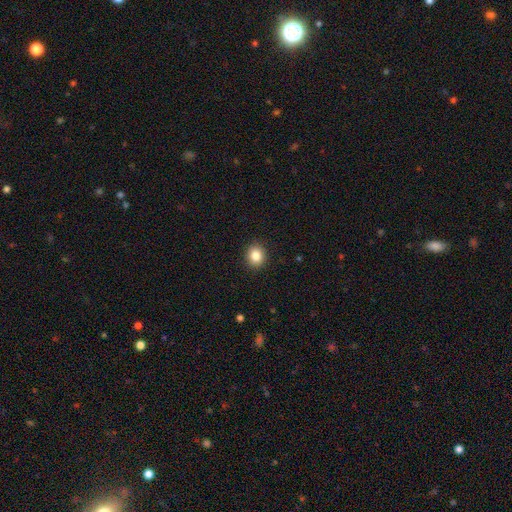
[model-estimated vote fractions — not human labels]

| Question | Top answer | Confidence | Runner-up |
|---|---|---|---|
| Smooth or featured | smooth | 85% | star or artifact (10%) |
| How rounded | round | 76% | in between (23%) |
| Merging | none | 91% | minor disturbance (6%) |